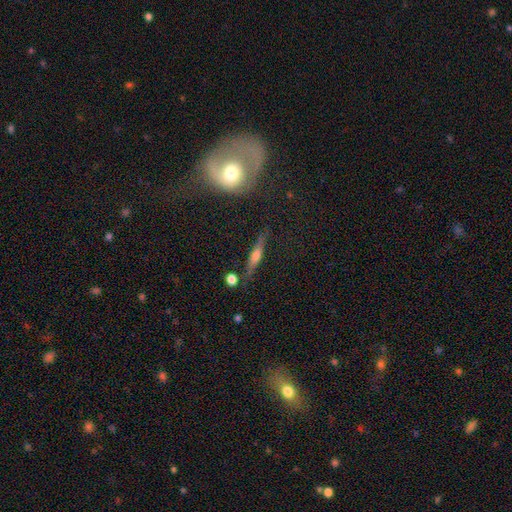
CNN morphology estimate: Smooth or featured? Predicted: featured or disk (p=0.59). Edge-on disk? Predicted: yes (p=0.93). Edge-on bulge? Predicted: rounded (p=0.80). Merging? Predicted: none (p=0.81).